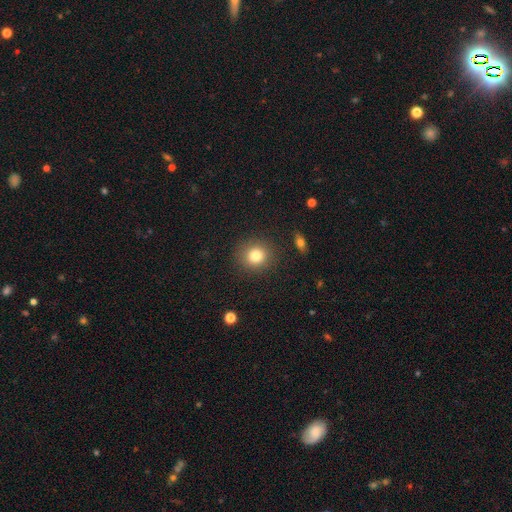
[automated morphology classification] A smooth galaxy with no disk features (80%) that is round (87%). Merging: none (88%).